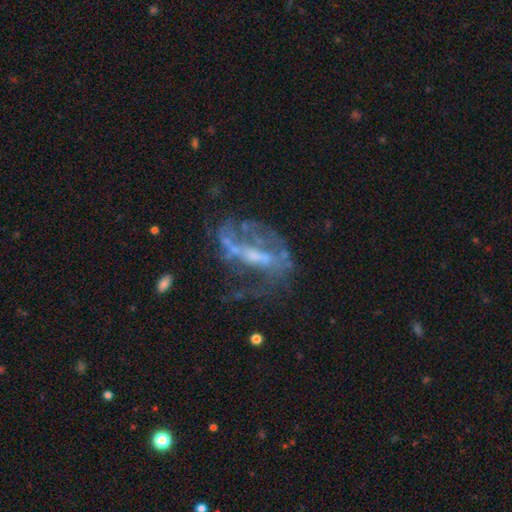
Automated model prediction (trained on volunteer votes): Smooth or featured?
  - featured or disk: 78% *
  - smooth: 12%
  - star or artifact: 10%
Edge-on disk?
  - no: 92% *
  - yes: 8%
Bar?
  - strong: 38% *
  - weak: 34%
  - no: 27%
Spiral arms?
  - yes: 61% *
  - no: 39%
Bulge size?
  - small: 35% *
  - moderate: 34%
  - none: 24%
  - large: 5%
  - dominant: 1%
Merging?
  - none: 43% *
  - major disturbance: 31%
  - minor disturbance: 18%
  - merger: 7%